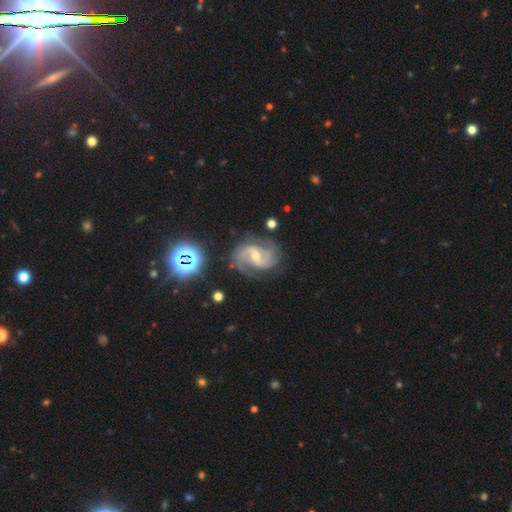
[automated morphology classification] smooth_or_featured: featured or disk (p=0.89) [alt: star or artifact p=0.07]
disk_edge_on: no (p=0.98) [alt: yes p=0.02]
bar: weak (p=0.48) [alt: no p=0.33]
has_spiral_arms: yes (p=0.98) [alt: no p=0.02]
spiral_winding: medium (p=0.55) [alt: tight p=0.23]
spiral_arm_count: 2 (p=0.68) [alt: 3 p=0.17]
bulge_size: moderate (p=0.55) [alt: small p=0.41]
merging: none (p=0.71) [alt: minor disturbance p=0.19]